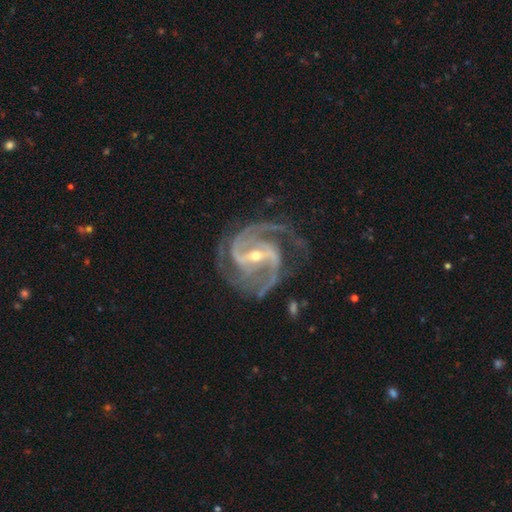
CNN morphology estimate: featured or disk 94%, star or artifact 4%, smooth 2%. Down the decision tree: edge-on disk — no (98%); bar — strong (60%); spiral arms — yes (99%); spiral arm count — 2 (55%); spiral winding — medium (55%); bulge size — small (55%); merging — none (72%).